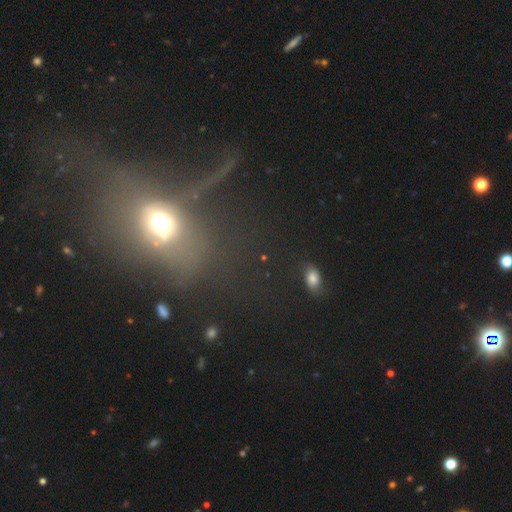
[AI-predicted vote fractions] smooth-or-featured: star or artifact: 44% | smooth: 34% | featured or disk: 22%